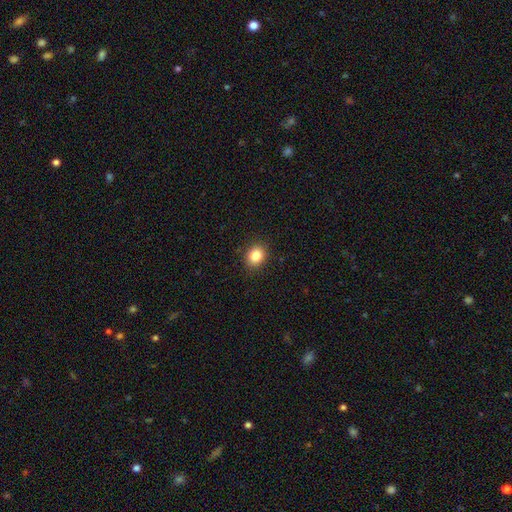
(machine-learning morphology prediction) Smooth or featured: smooth — 84% (star or artifact — 10%)
How rounded: round — 53% (in between — 46%)
Merging: none — 90% (minor disturbance — 7%)